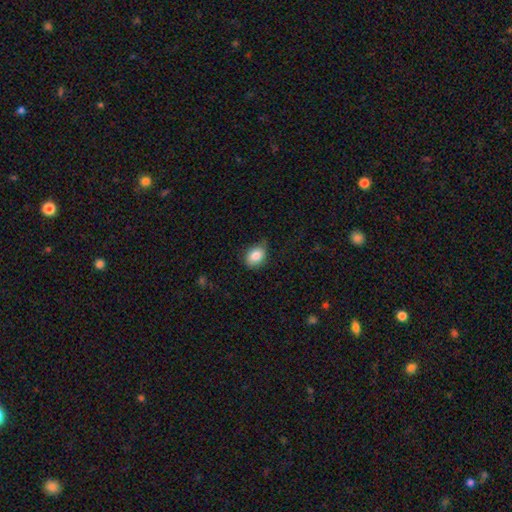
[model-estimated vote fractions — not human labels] Morphology: type=smooth (84%); roundness=in between (61%); merging=none (67%).